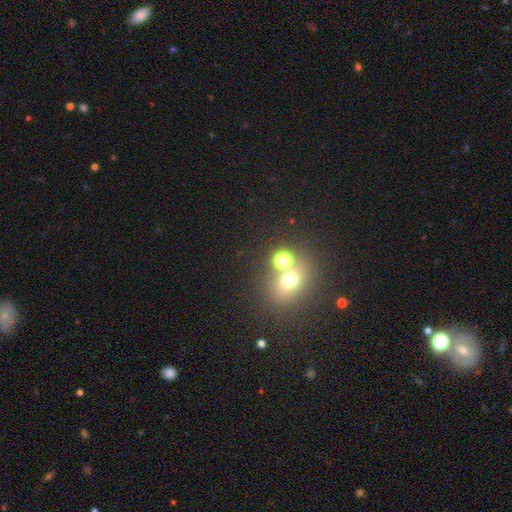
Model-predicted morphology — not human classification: Q: Smooth or featured?
A: star or artifact (45%); runner-up: smooth (42%)